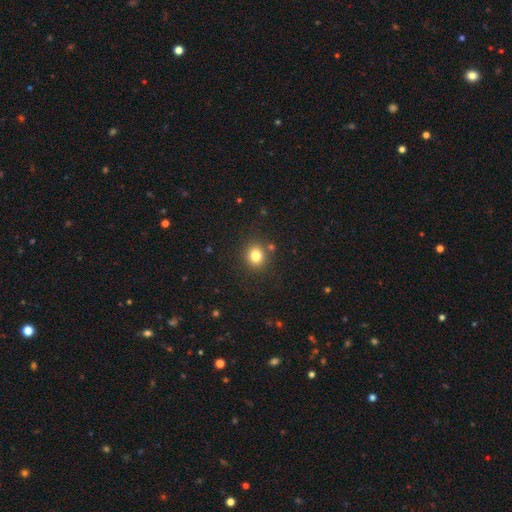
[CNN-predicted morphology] Smooth or featured: smooth — 80% (star or artifact — 13%)
How rounded: round — 82% (in between — 17%)
Merging: none — 84% (minor disturbance — 8%)